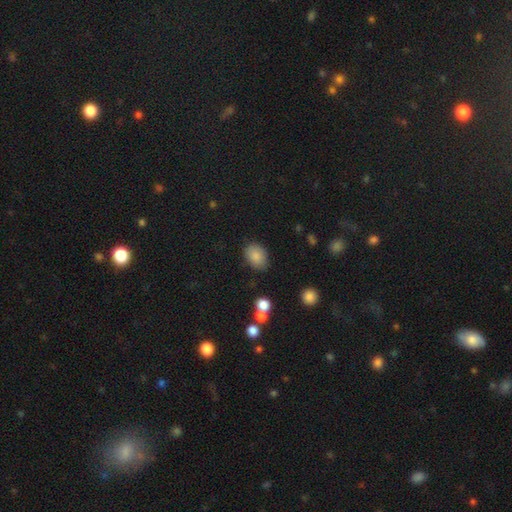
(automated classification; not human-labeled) A smooth galaxy with no disk features (85%) that is in between round and cigar-shaped (74%). Merging: none (79%).